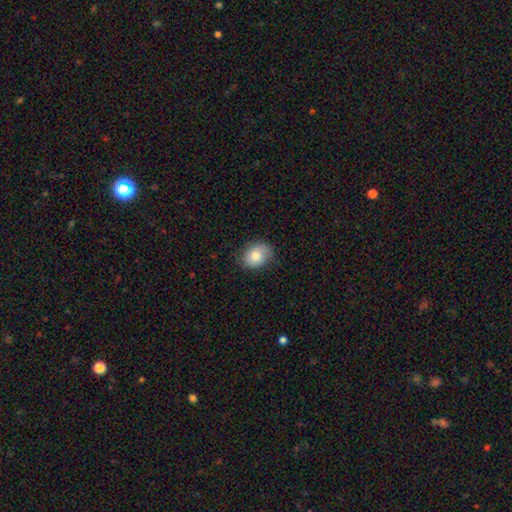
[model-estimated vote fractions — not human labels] smooth 80%, featured or disk 12%, star or artifact 8%. Down the decision tree: how rounded — in between (64%); merging — none (77%).